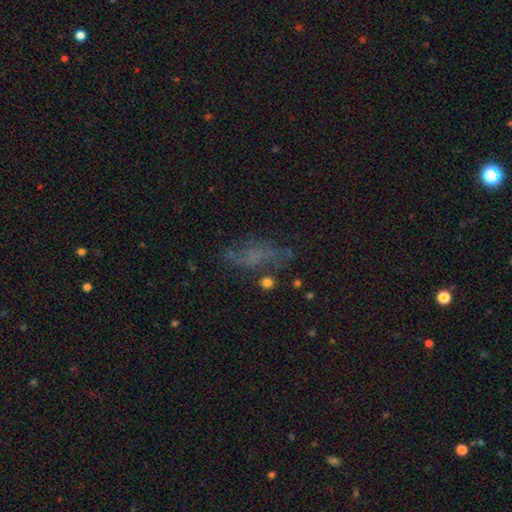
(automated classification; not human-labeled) This is marginally a smooth galaxy (40%). Merging: possibly none (52%).